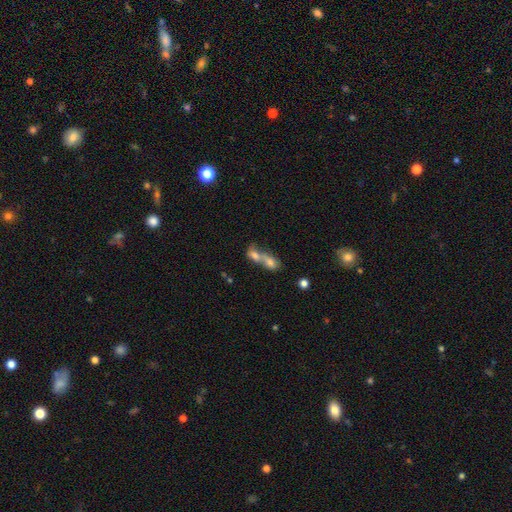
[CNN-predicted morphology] Smooth or featured?
  - smooth: 70% *
  - featured or disk: 20%
  - star or artifact: 10%
How rounded?
  - in between: 70% *
  - round: 23%
  - cigar-shaped: 7%
Merging?
  - merger: 81% *
  - none: 11%
  - minor disturbance: 4%
  - major disturbance: 4%